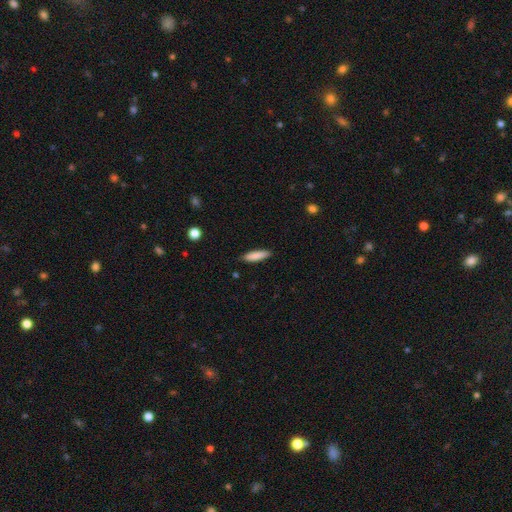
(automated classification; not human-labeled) Smooth or featured: smooth — 85% (featured or disk — 9%)
How rounded: cigar-shaped — 75% (in between — 23%)
Merging: none — 86% (minor disturbance — 11%)